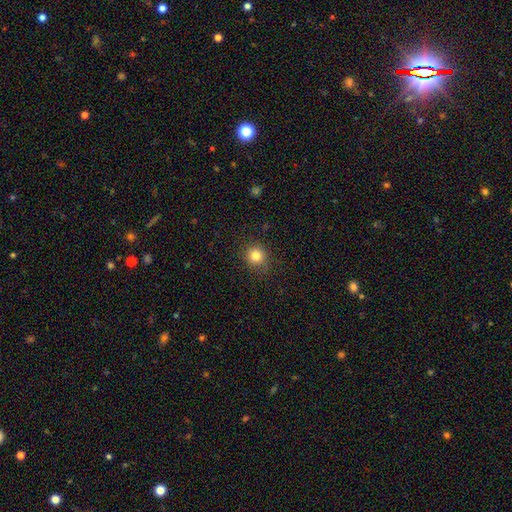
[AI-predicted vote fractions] This is clearly a smooth galaxy (81%). How rounded: clearly round (89%). Merging: clearly none (86%).